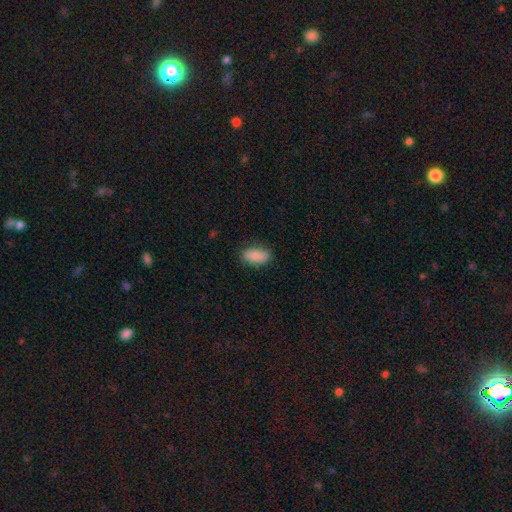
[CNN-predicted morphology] Smooth or featured? Predicted: smooth (p=0.85). How rounded? Predicted: in between (p=0.91). Merging? Predicted: none (p=0.82).